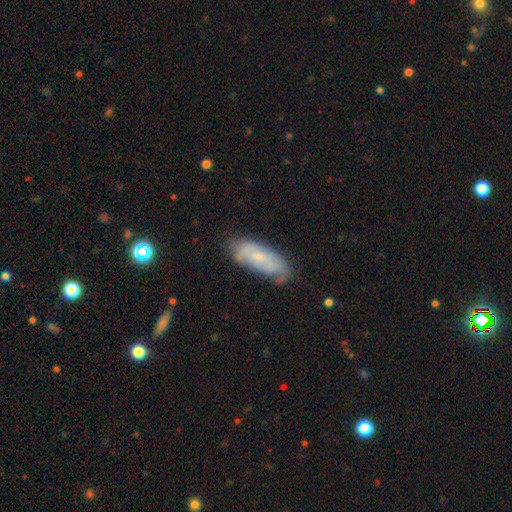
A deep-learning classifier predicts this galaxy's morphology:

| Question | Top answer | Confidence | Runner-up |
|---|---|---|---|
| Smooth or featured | smooth | 50% | featured or disk (42%) |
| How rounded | in between | 74% | cigar-shaped (24%) |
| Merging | none | 63% | minor disturbance (27%) |